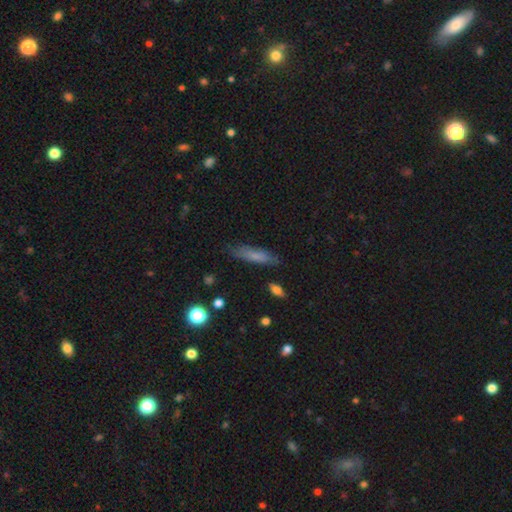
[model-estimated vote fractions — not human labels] Morphology: type=smooth (67%); roundness=cigar-shaped (71%); merging=none (77%).